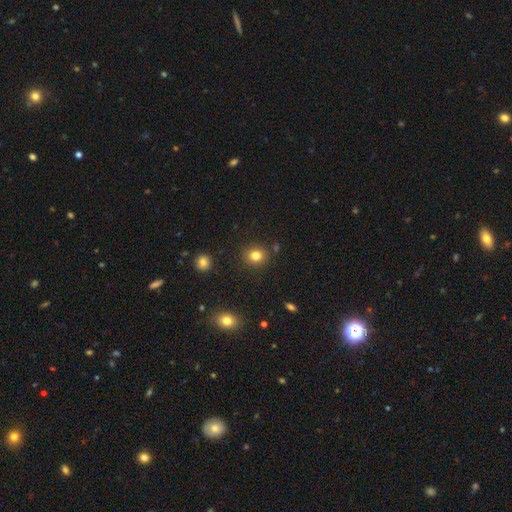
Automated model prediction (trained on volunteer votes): Morphology: type=smooth (82%); roundness=round (75%); merging=none (86%).